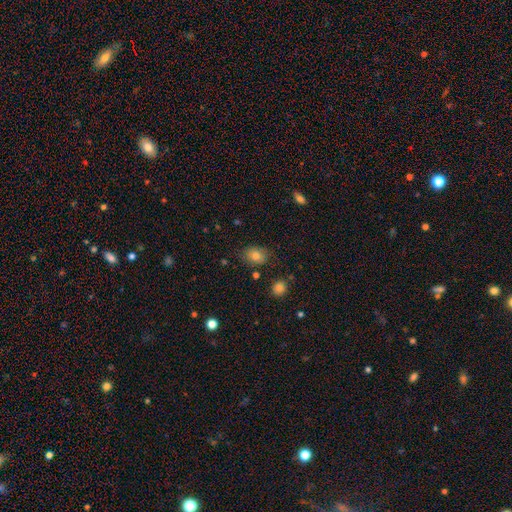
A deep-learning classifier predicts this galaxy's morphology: A smooth galaxy with no disk features (78%) that is in between round and cigar-shaped (59%). Merging: none (78%).